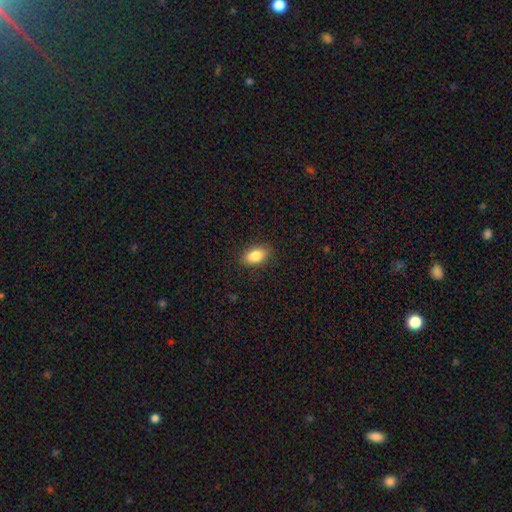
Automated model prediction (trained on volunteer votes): Overall: smooth (86%). How rounded: in between (90%). Merging: none (87%).